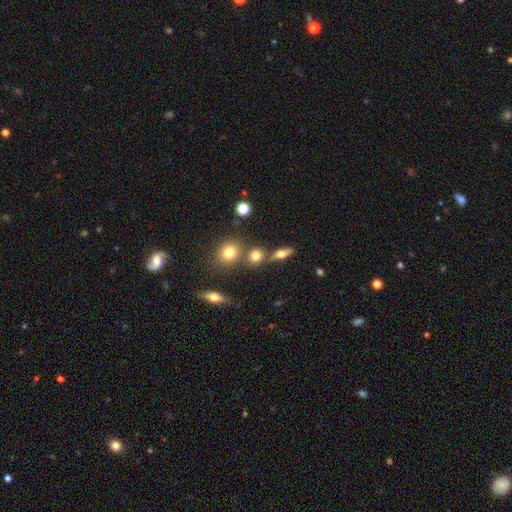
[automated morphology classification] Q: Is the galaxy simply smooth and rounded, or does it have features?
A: smooth — 70%.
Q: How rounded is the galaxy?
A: round — 59%.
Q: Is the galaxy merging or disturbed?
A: none — 66%.